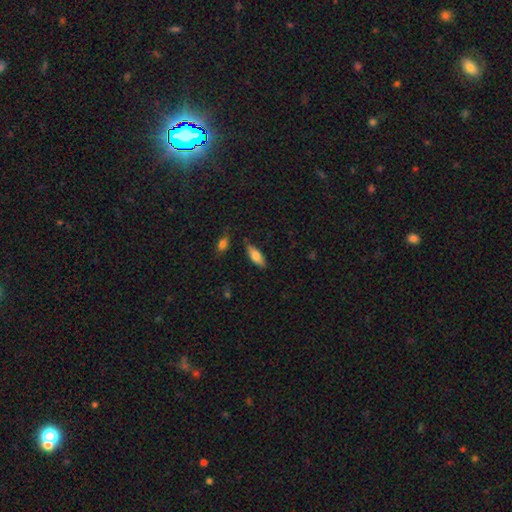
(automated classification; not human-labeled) Morphology: type=smooth (75%); roundness=in between (70%); merging=none (81%).